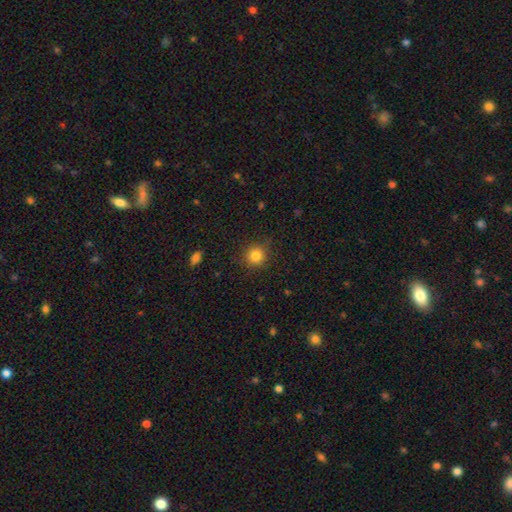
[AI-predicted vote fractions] smooth-or-featured: smooth: 83% | star or artifact: 12% | featured or disk: 5%
  how-rounded: round: 92% | in between: 7% | cigar-shaped: 1%
  merging: none: 88% | minor disturbance: 8% | major disturbance: 3% | merger: 1%